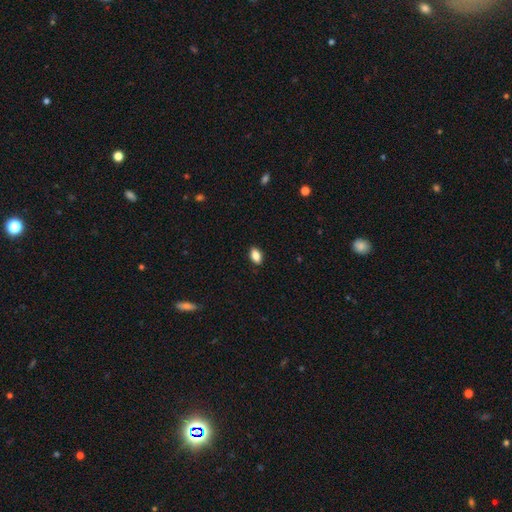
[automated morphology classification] smooth-or-featured: smooth: 86% | star or artifact: 8% | featured or disk: 6%
  how-rounded: in between: 89% | round: 7% | cigar-shaped: 4%
  merging: none: 88% | minor disturbance: 9% | major disturbance: 2% | merger: 1%